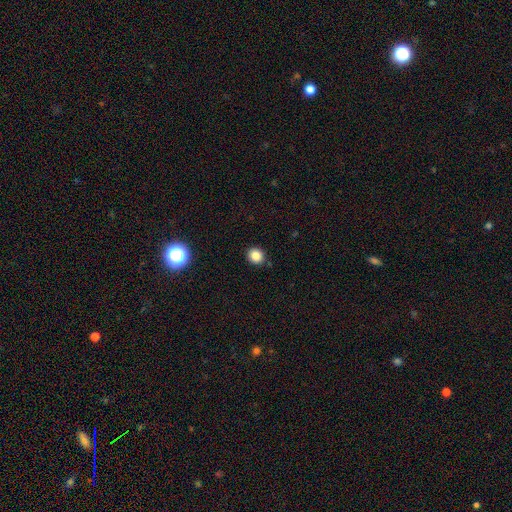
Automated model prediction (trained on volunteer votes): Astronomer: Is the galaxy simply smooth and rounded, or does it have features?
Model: smooth — 84%.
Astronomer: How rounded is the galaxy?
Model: round — 88%.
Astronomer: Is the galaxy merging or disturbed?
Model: none — 89%.